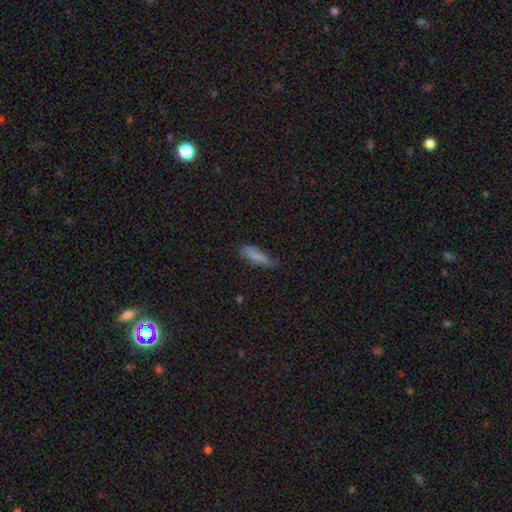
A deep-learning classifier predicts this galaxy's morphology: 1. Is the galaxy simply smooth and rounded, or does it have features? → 83% smooth, 9% featured or disk, 8% star or artifact.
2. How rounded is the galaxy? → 57% cigar-shaped, 41% in between, 2% round.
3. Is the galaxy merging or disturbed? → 65% none, 27% minor disturbance, 6% major disturbance, 2% merger.